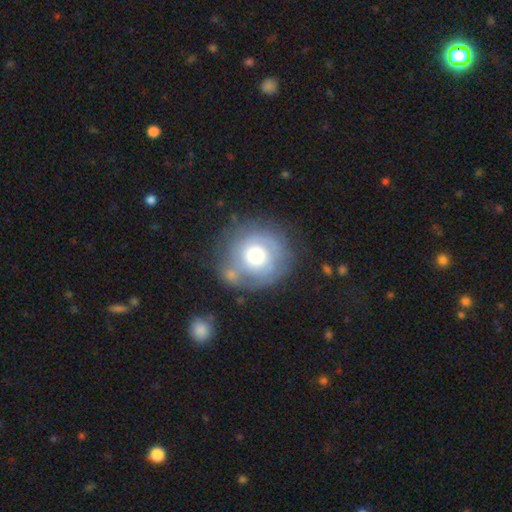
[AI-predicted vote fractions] This is possibly a featured or disk galaxy (54%). It is clearly not viewed edge-on (97%). Bar: clearly no (86%). Spiral arm pattern: likely yes (63%). Central bulge: marginally large (43%). Merging: likely none (68%).